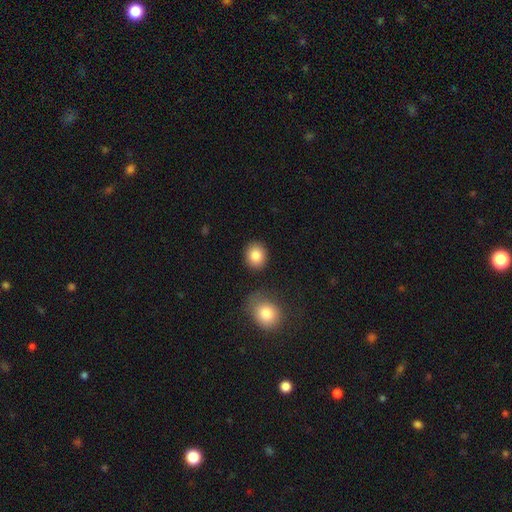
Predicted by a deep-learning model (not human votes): Overall: smooth (85%). How rounded: round (72%). Merging: none (86%).